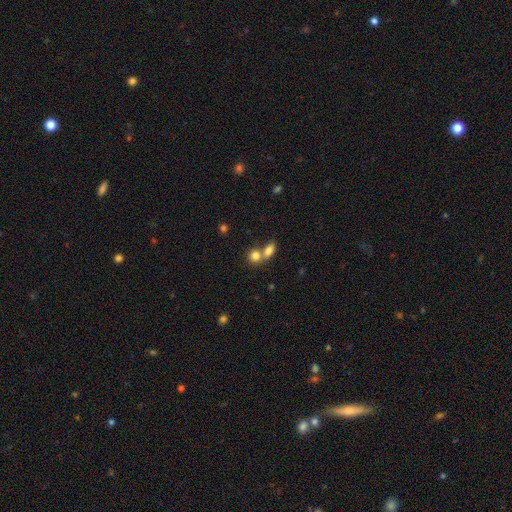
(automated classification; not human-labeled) Overall: smooth (81%). How rounded: round (57%; in between 41%). Merging: merger (53%; none 36%).